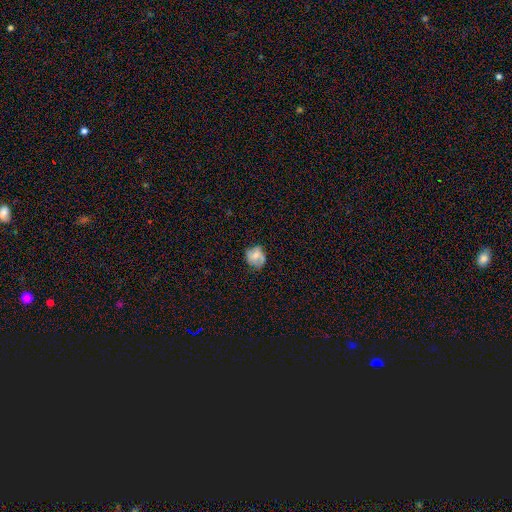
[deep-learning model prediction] The model was most divided on "smooth or featured": smooth: 56%, featured or disk: 35%, star or artifact: 9%. More confident: how rounded — round (71%); merging — none (65%).